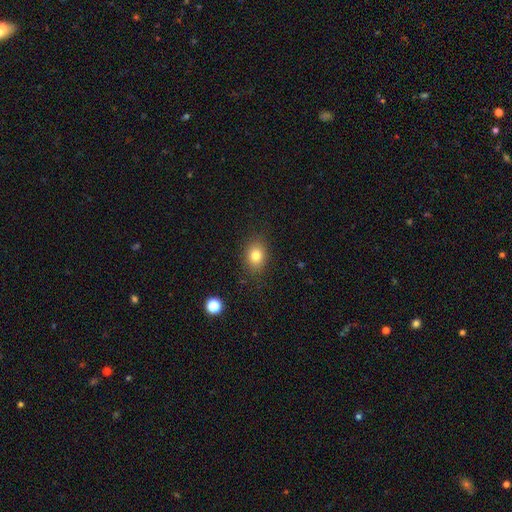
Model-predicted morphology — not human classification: This appears to be a smooth galaxy with no disk features (80%) that is in between round and cigar-shaped (57%). Merging: none (84%).